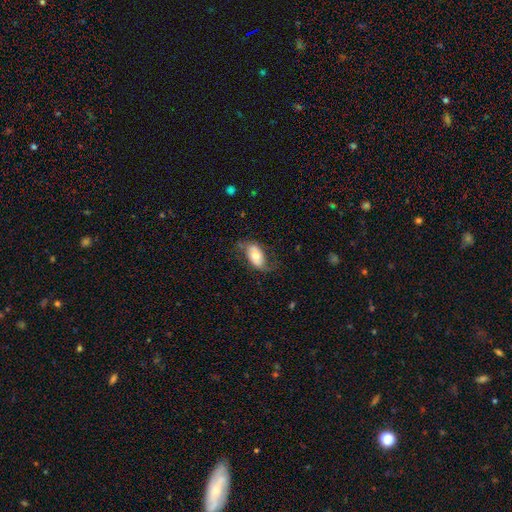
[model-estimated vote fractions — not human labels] smooth_or_featured: smooth (p=0.53) [alt: featured or disk p=0.40]
how_rounded: in between (p=0.92) [alt: round p=0.05]
merging: none (p=0.60) [alt: minor disturbance p=0.24]